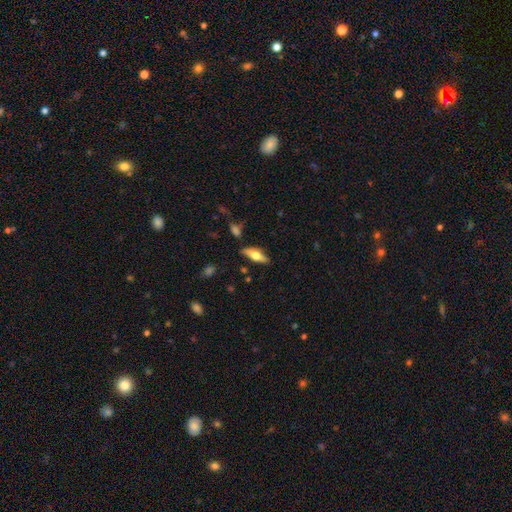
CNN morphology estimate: smooth_or_featured: featured or disk (p=0.47) [alt: smooth p=0.46]
merging: none (p=0.80) [alt: minor disturbance p=0.13]